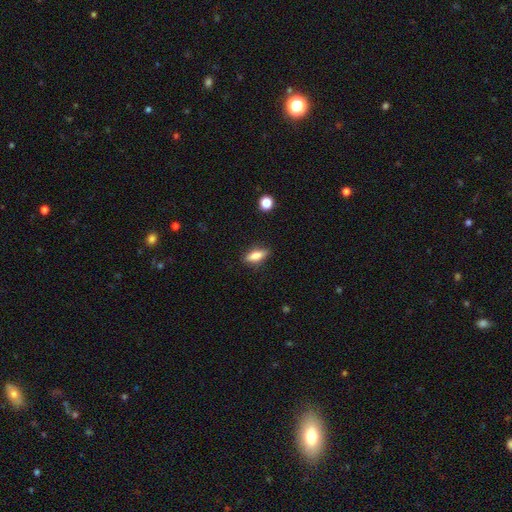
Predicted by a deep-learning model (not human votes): Smooth or featured? smooth (77%)
How rounded? in between (64%)
Merging? none (85%)